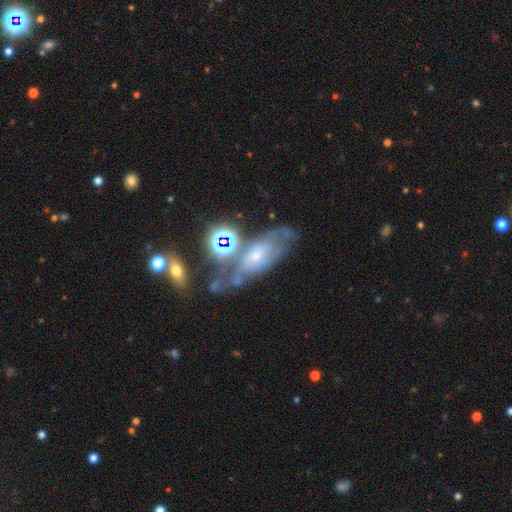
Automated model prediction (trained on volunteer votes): A featured or disk galaxy (54%). Merging: none (40%).